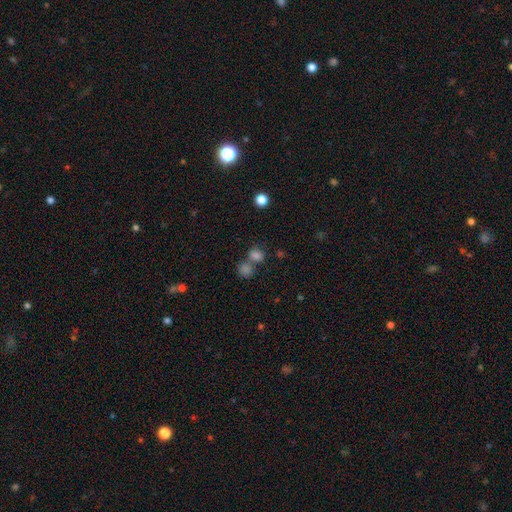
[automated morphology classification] This is likely a smooth galaxy (77%). How rounded: likely round (64%). Merging: possibly none (48%).